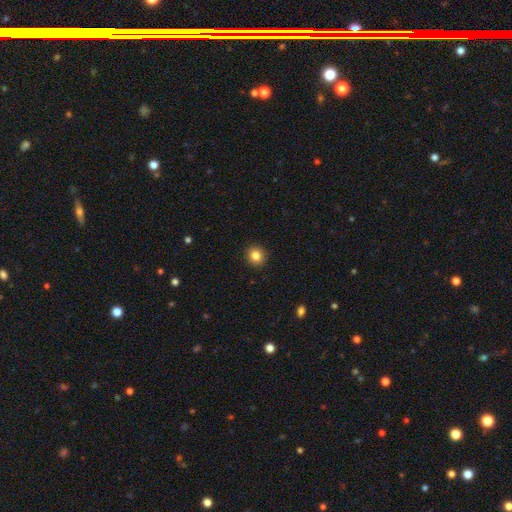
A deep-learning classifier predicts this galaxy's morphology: This appears to be a smooth galaxy with no disk features (84%) that is round (87%). Merging: none (92%).